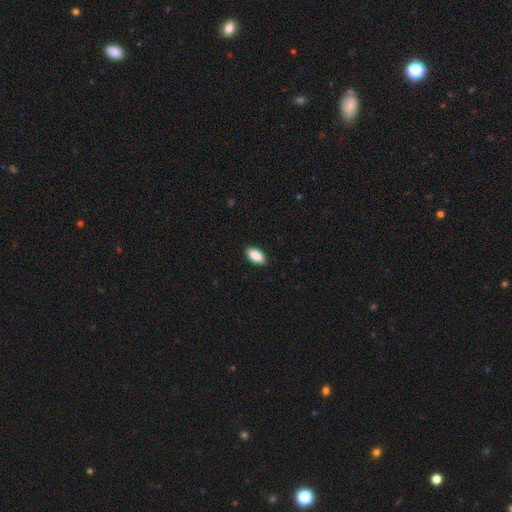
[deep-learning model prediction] A smooth galaxy with no disk features (87%) that is in between round and cigar-shaped (93%).

Vote fractions:
- Smooth or featured? smooth: 87% / star or artifact: 7% / featured or disk: 6%
- How rounded? in between: 93% / cigar-shaped: 4% / round: 3%
- Merging? none: 90% / minor disturbance: 8% / major disturbance: 2% / merger: 1%